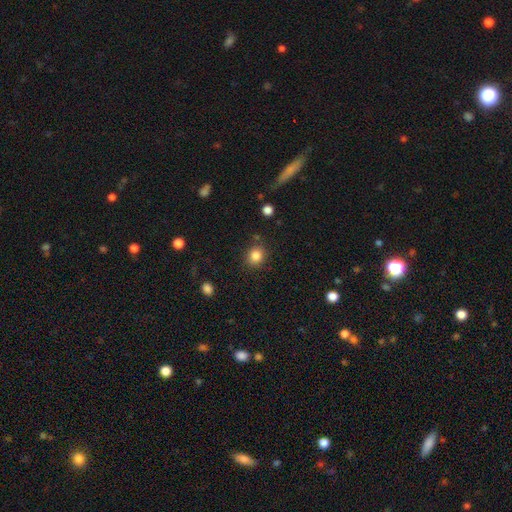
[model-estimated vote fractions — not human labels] The model was most divided on "how rounded": round: 76%, in between: 23%, cigar-shaped: 1%. More confident: smooth or featured — smooth (84%); merging — none (83%).